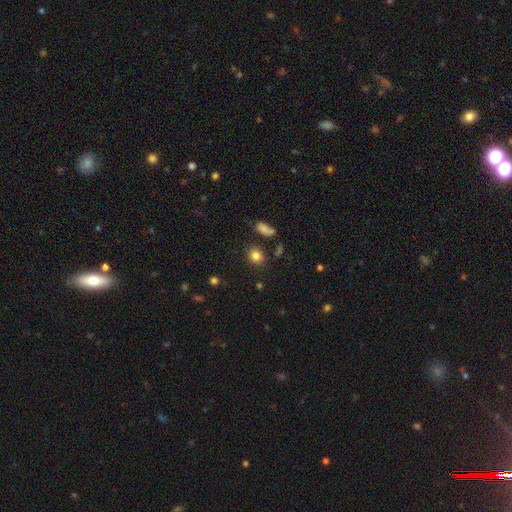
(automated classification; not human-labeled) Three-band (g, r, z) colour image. It shows a smooth galaxy with no disk features (82%) that is round (69%). Merging: none (79%).